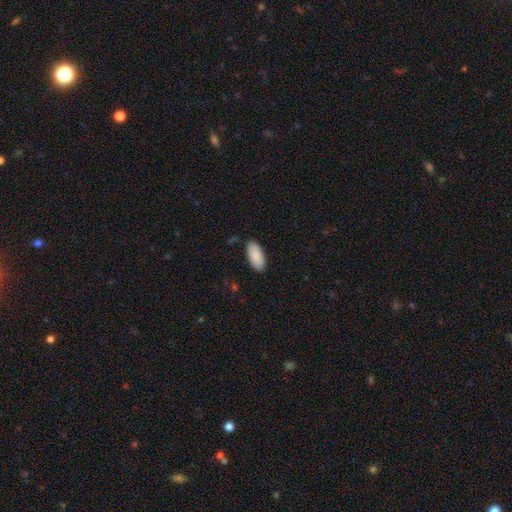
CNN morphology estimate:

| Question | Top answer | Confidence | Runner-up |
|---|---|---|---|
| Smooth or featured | smooth | 89% | star or artifact (6%) |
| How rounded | in between | 92% | cigar-shaped (7%) |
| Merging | none | 85% | minor disturbance (12%) |